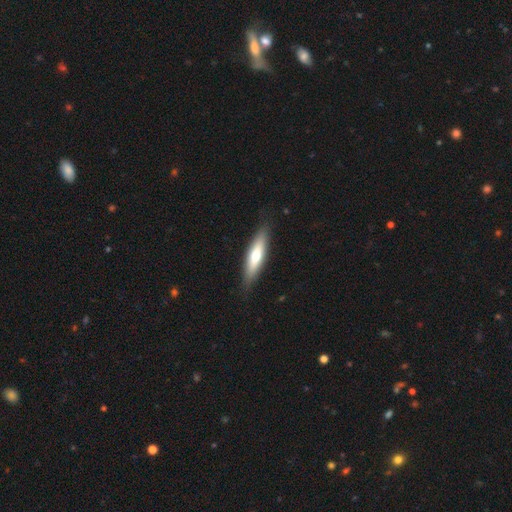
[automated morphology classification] smooth 60%, featured or disk 34%, star or artifact 5%. Down the decision tree: how rounded — cigar-shaped (68%); merging — none (86%).